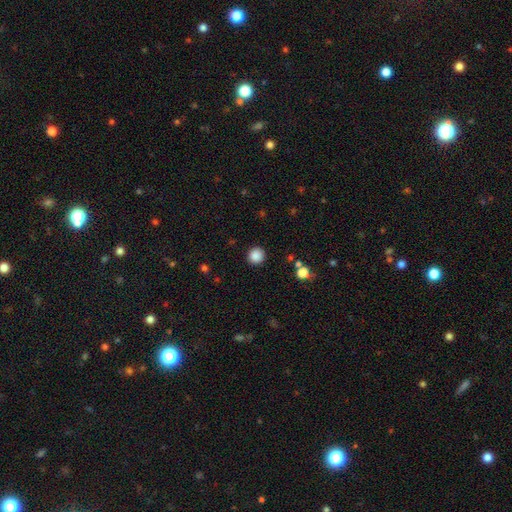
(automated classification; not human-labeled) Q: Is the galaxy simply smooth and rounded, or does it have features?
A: smooth — 87%.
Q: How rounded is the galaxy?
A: round — 94%.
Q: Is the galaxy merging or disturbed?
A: none — 92%.